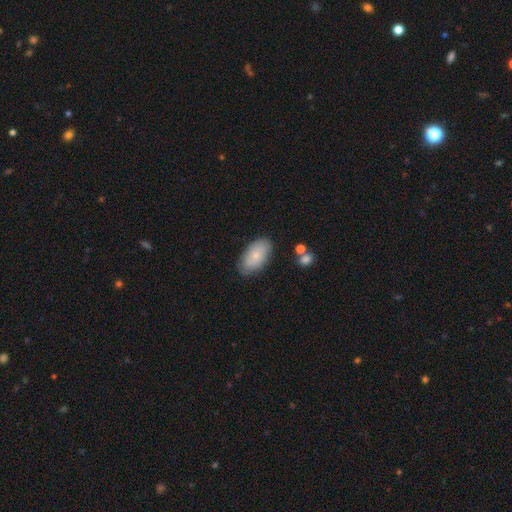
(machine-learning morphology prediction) This is likely a smooth galaxy (67%). How rounded: clearly in between (94%). Merging: likely none (76%).